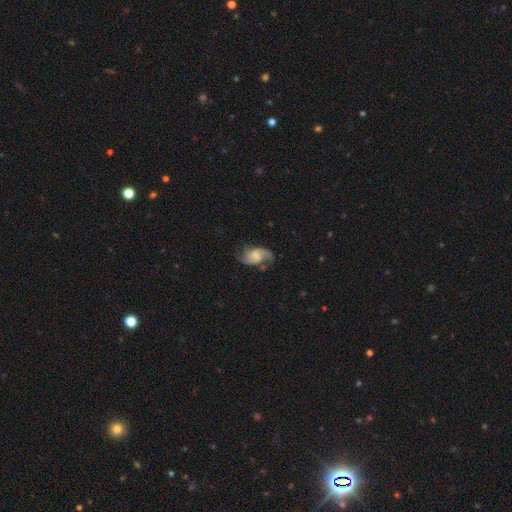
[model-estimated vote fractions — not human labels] Morphology: type=featured or disk (79%); edge-on=no (97%); bar=weak (46%); spiral arms=yes (95%); winding=loose (45%); arm count=2 (88%); bulge=none (42%); merging=none (66%).